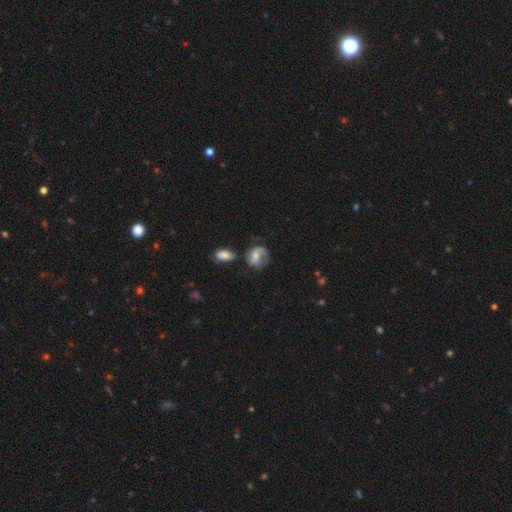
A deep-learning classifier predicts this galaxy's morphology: Smooth or featured? Predicted: featured or disk (p=0.49). Merging? Predicted: none (p=0.47).